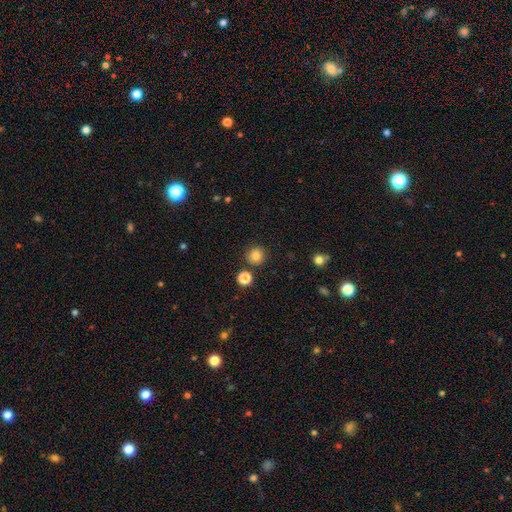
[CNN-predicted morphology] Q: Smooth or featured?
A: smooth (82%); runner-up: star or artifact (12%)
Q: How rounded?
A: round (94%); runner-up: in between (5%)
Q: Merging?
A: none (87%); runner-up: minor disturbance (7%)